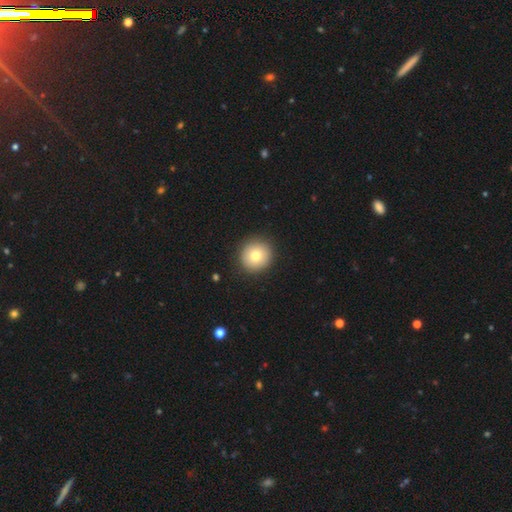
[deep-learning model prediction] Smooth or featured? smooth (76%)
How rounded? round (93%)
Merging? none (91%)